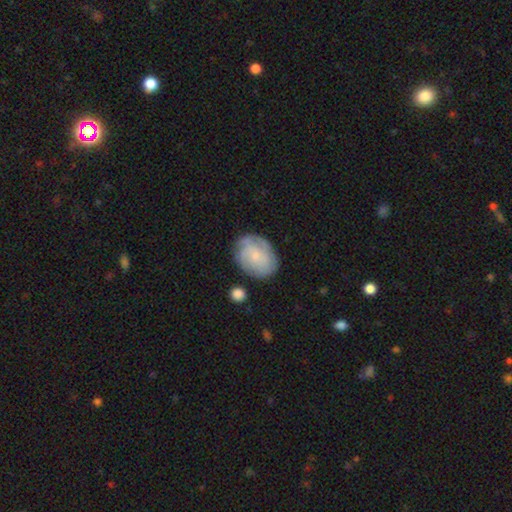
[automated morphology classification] type=featured or disk (54%); edge-on=no (97%); bar=no (74%); spiral arms=yes (86%); bulge=small (65%); merging=none (72%).